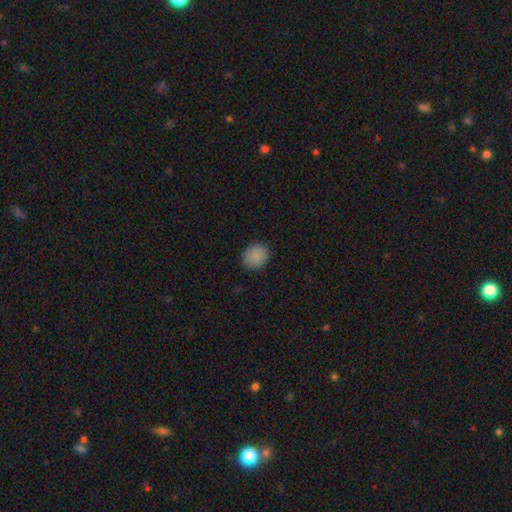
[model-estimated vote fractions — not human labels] Smooth or featured? Predicted: smooth (p=0.87). How rounded? Predicted: round (p=0.70). Merging? Predicted: none (p=0.88).